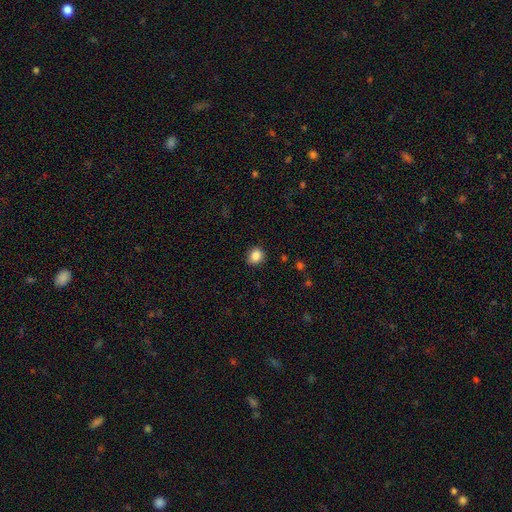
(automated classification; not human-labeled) This is clearly a smooth galaxy (86%). How rounded: likely round (76%). Merging: clearly none (87%).